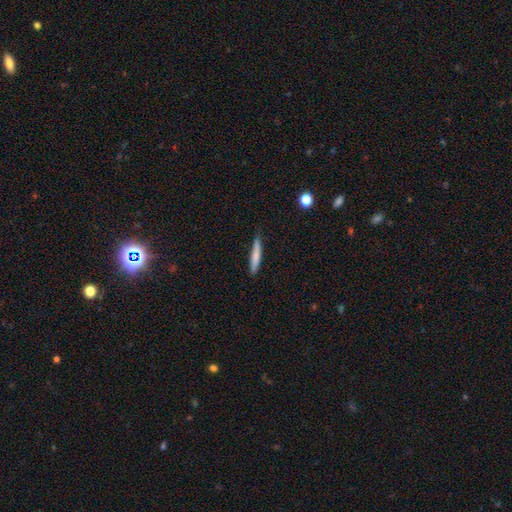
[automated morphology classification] smooth-or-featured: smooth: 73% | featured or disk: 21% | star or artifact: 6%
  how-rounded: cigar-shaped: 93% | in between: 5% | round: 1%
  merging: none: 83% | minor disturbance: 14% | major disturbance: 2% | merger: 1%